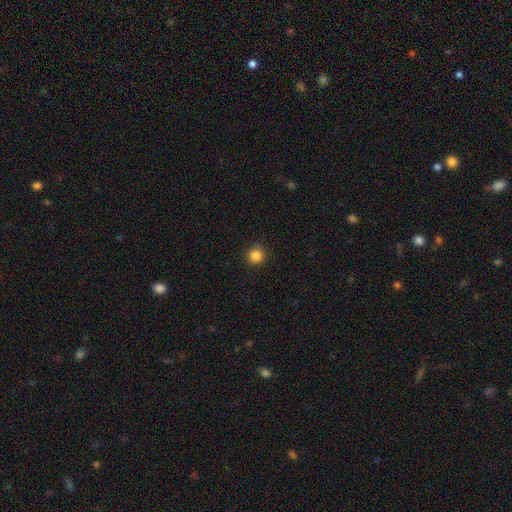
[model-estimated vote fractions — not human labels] A smooth galaxy with no disk features (85%) that is round (94%).

Vote fractions:
- Smooth or featured? smooth: 85% / star or artifact: 12% / featured or disk: 4%
- How rounded? round: 94% / in between: 5% / cigar-shaped: 1%
- Merging? none: 88% / minor disturbance: 8% / major disturbance: 2% / merger: 1%